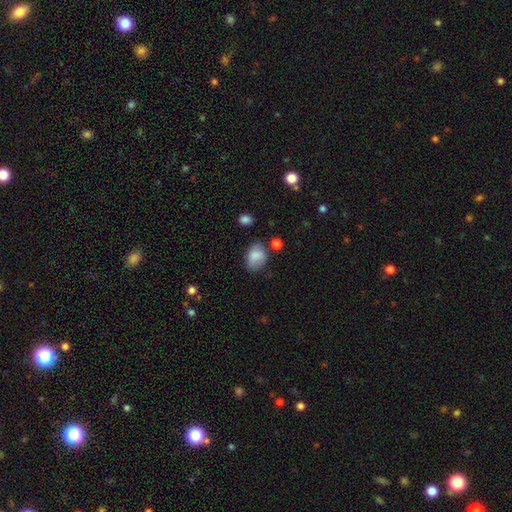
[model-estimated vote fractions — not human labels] smooth-or-featured: smooth: 80% | featured or disk: 11% | star or artifact: 9%
  how-rounded: in between: 76% | round: 23% | cigar-shaped: 1%
  merging: none: 60% | minor disturbance: 27% | major disturbance: 8% | merger: 5%